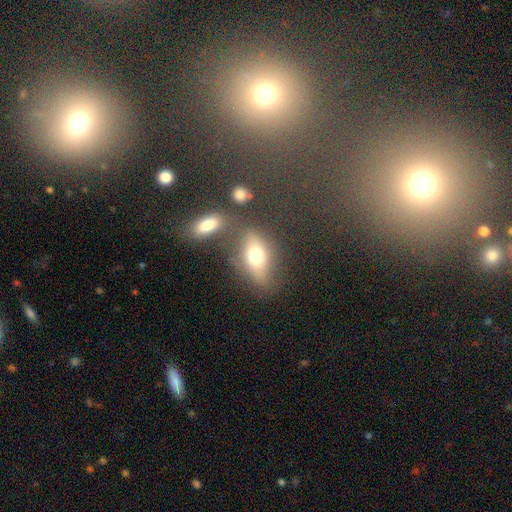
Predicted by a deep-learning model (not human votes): Smooth or featured?
  - smooth: 66% *
  - featured or disk: 24%
  - star or artifact: 11%
How rounded?
  - in between: 79% *
  - round: 11%
  - cigar-shaped: 10%
Merging?
  - none: 56% *
  - merger: 18%
  - minor disturbance: 17%
  - major disturbance: 9%